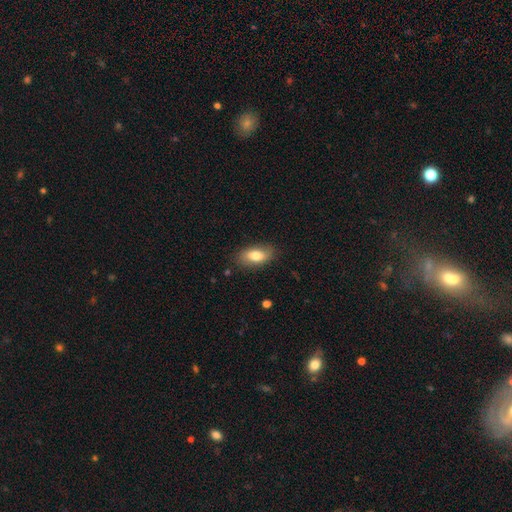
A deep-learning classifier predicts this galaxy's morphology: Smooth or featured? Predicted: smooth (p=0.76). How rounded? Predicted: in between (p=0.89). Merging? Predicted: none (p=0.83).